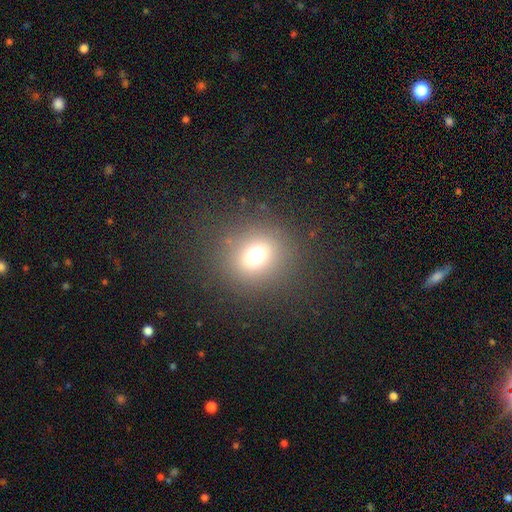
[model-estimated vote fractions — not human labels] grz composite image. It shows a smooth galaxy with no disk features (67%) that is round (82%). Merging: none (83%).